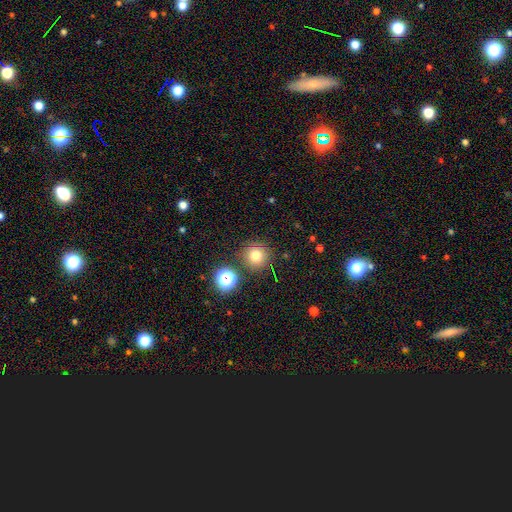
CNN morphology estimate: Smooth or featured?
  - smooth: 74% *
  - star or artifact: 18%
  - featured or disk: 8%
How rounded?
  - round: 95% *
  - in between: 4%
  - cigar-shaped: 1%
Merging?
  - none: 85% *
  - minor disturbance: 7%
  - merger: 5%
  - major disturbance: 3%